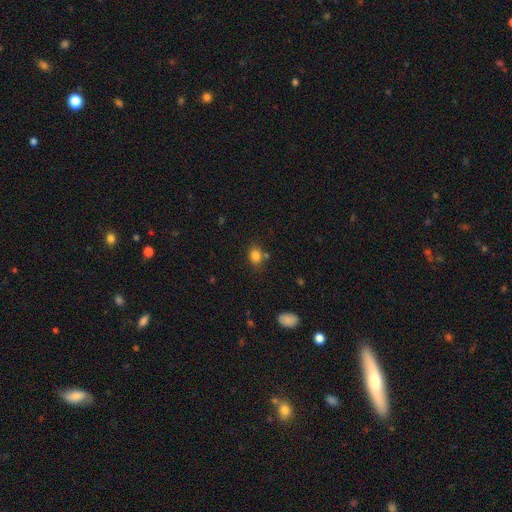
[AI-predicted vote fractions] Smooth or featured: smooth — 83% (star or artifact — 11%)
How rounded: in between — 57% (round — 42%)
Merging: none — 75% (minor disturbance — 13%)